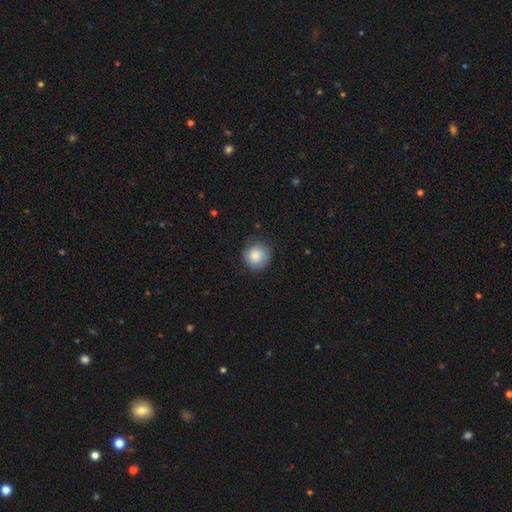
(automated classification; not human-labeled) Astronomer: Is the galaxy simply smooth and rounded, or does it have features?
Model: smooth — 86%.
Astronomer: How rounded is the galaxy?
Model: round — 91%.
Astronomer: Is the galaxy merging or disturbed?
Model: none — 77%.